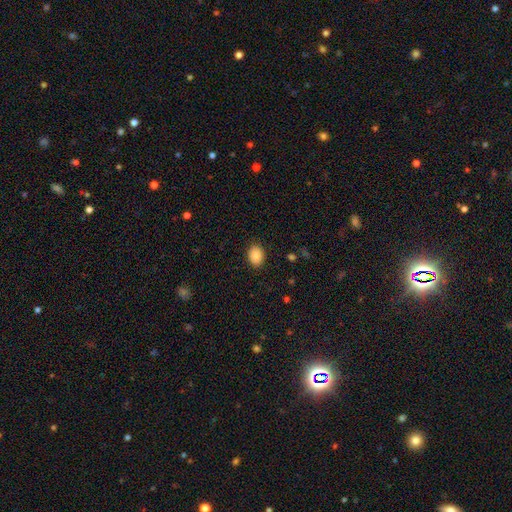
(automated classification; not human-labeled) Smooth or featured? Predicted: smooth (p=0.87). How rounded? Predicted: in between (p=0.68). Merging? Predicted: none (p=0.88).